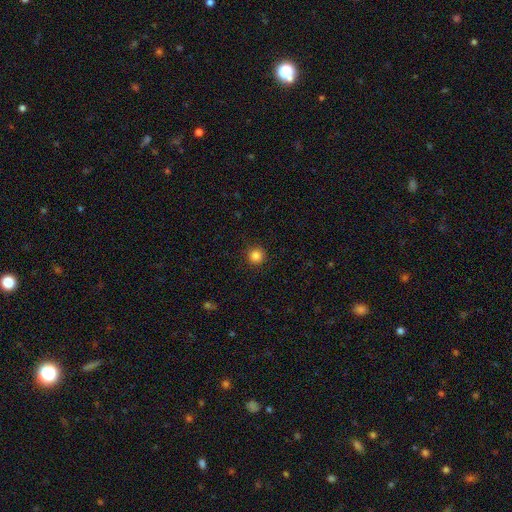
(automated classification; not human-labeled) smooth 85%, star or artifact 11%, featured or disk 4%. Down the decision tree: how rounded — round (96%); merging — none (92%).